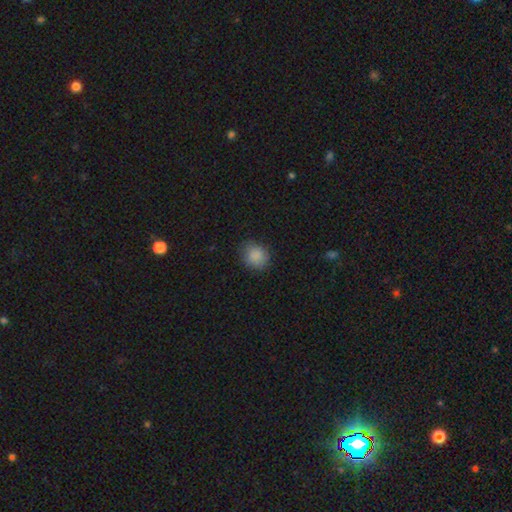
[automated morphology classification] Overall: smooth (87%). How rounded: round (71%). Merging: none (81%).